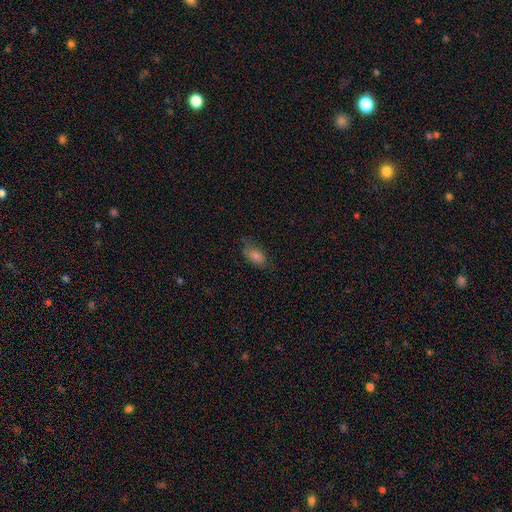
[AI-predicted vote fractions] Morphology: type=smooth (67%); roundness=in between (85%); merging=none (64%).